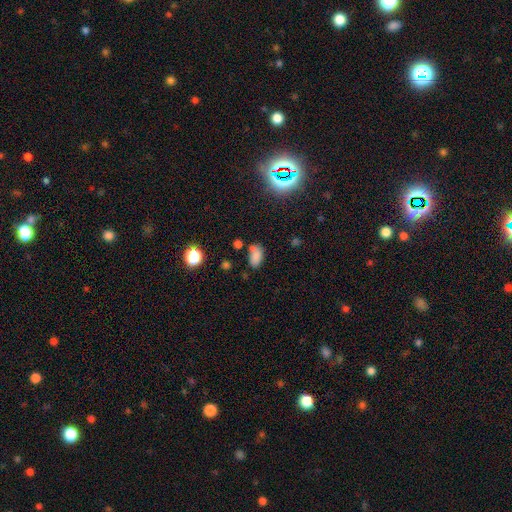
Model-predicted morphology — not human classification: The model was most divided on "merging": none: 56%, minor disturbance: 20%, merger: 18%, major disturbance: 7%. More confident: how rounded — in between (90%); smooth or featured — smooth (76%).